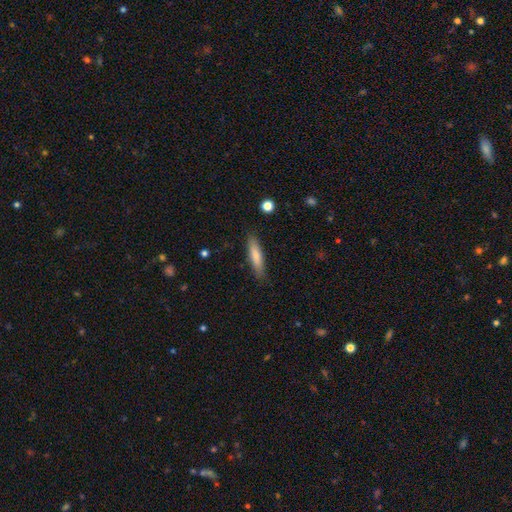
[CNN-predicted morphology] Q: Smooth or featured?
A: smooth (78%); runner-up: featured or disk (16%)
Q: How rounded?
A: cigar-shaped (78%); runner-up: in between (21%)
Q: Merging?
A: none (86%); runner-up: minor disturbance (11%)